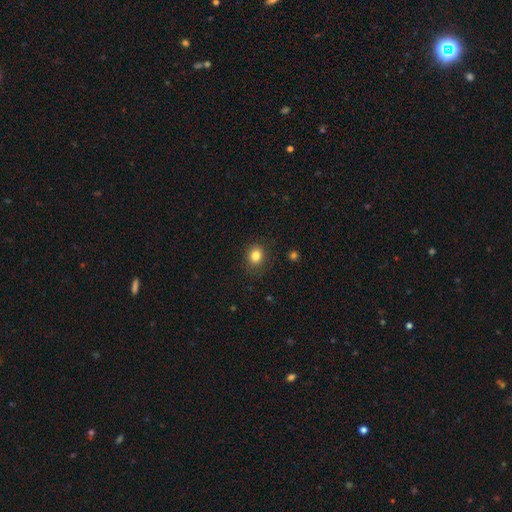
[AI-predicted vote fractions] The model was most divided on "how rounded": round: 70%, in between: 30%, cigar-shaped: 1%. More confident: merging — none (86%); smooth or featured — smooth (83%).